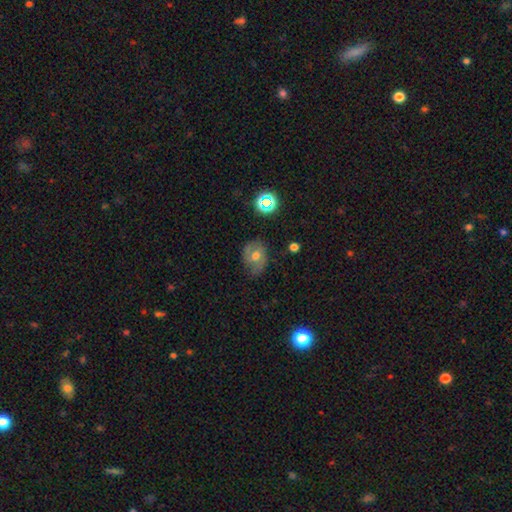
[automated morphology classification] Smooth or featured? Predicted: smooth (p=0.44). Merging? Predicted: none (p=0.61).